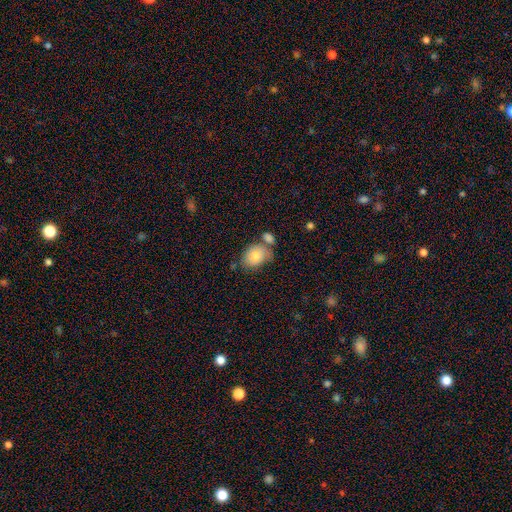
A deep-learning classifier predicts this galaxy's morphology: A smooth galaxy with no disk features (82%) that is in between round and cigar-shaped (71%). Merging: none (48%).